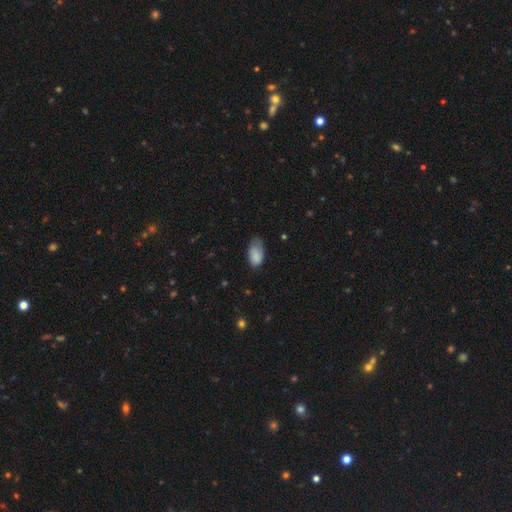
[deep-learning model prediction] Overall: smooth (82%). How rounded: in between (93%). Merging: none (44%; minor disturbance 40%).